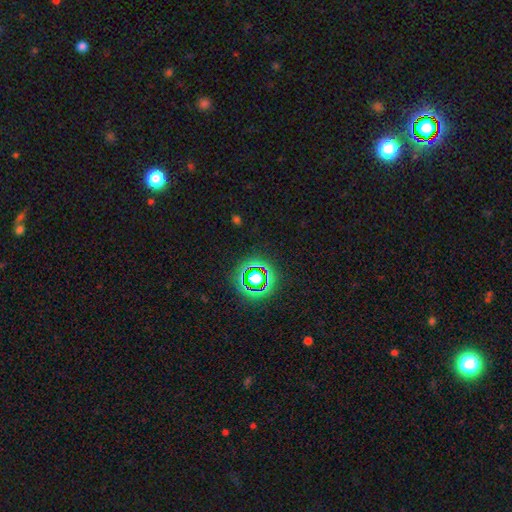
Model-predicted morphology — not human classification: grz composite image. It shows a star or artifact, not a galaxy (74%).